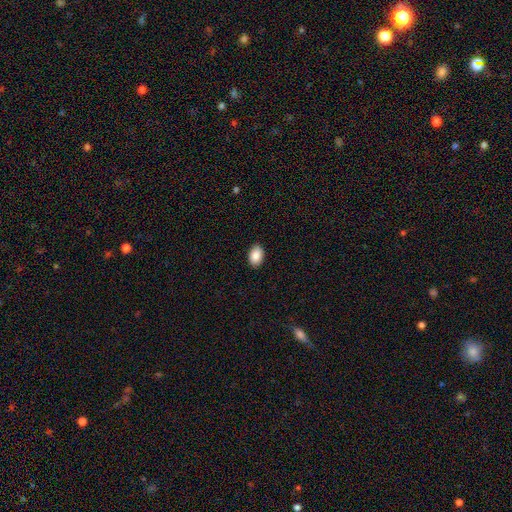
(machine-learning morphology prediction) smooth-or-featured: smooth: 88% | star or artifact: 7% | featured or disk: 4%
  how-rounded: in between: 87% | round: 12% | cigar-shaped: 1%
  merging: none: 90% | minor disturbance: 8% | major disturbance: 2% | merger: 1%